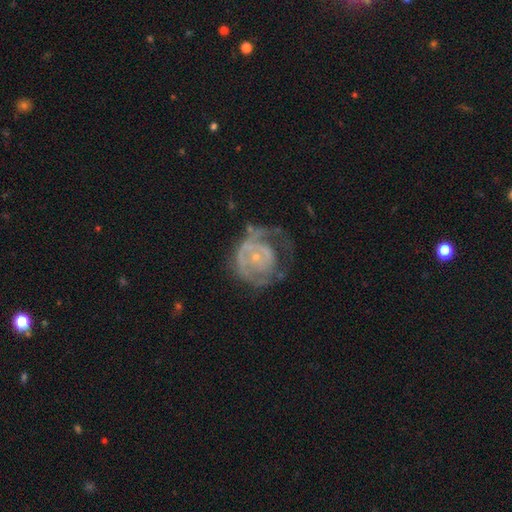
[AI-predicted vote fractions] Smooth or featured? featured or disk (73%)
Edge-on disk? no (97%)
Bar? no (81%)
Spiral arms? yes (63%)
Bulge size? small (77%)
Merging? none (37%, tied with major disturbance)